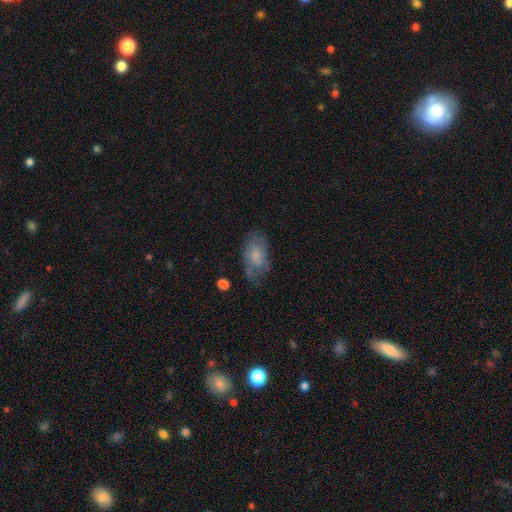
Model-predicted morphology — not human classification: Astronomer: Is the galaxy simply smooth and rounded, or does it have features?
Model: smooth — 64%.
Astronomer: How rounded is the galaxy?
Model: in between — 92%.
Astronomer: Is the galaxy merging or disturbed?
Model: none — 53% (runner-up: minor disturbance, 29%).